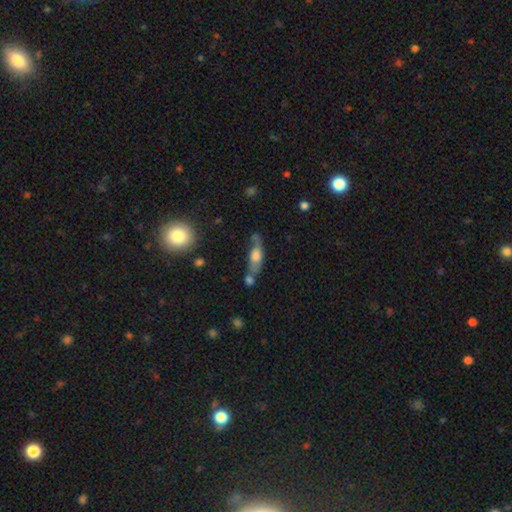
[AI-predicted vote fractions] A smooth galaxy with no disk features (51%) that is in between round and cigar-shaped (53%).

Vote fractions:
- Smooth or featured? smooth: 51% / featured or disk: 40% / star or artifact: 9%
- How rounded? in between: 53% / cigar-shaped: 41% / round: 7%
- Merging? none: 41% / merger: 29% / minor disturbance: 20% / major disturbance: 10%